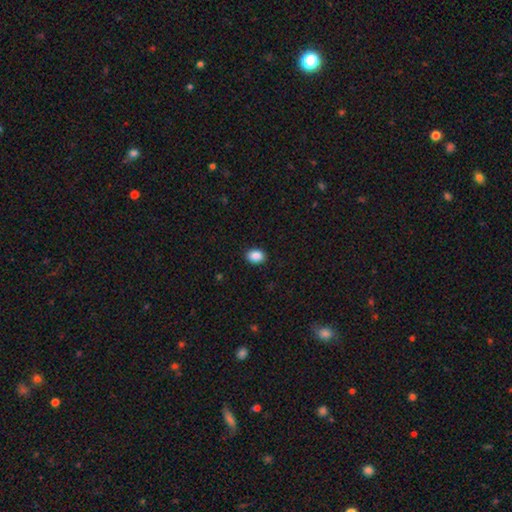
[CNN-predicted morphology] This is clearly a smooth galaxy (88%). How rounded: likely in between (74%). Merging: clearly none (90%).